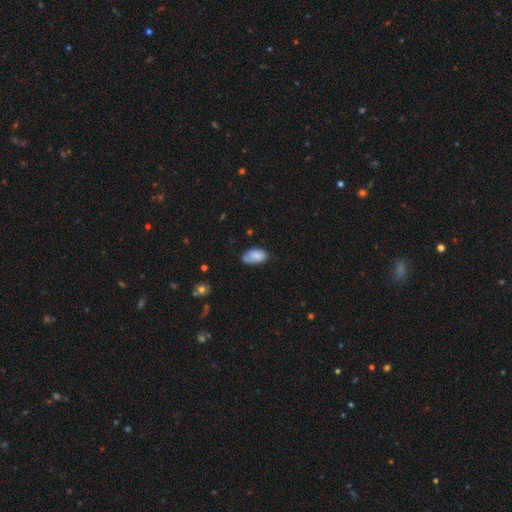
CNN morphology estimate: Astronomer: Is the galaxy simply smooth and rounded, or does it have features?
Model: smooth — 79%.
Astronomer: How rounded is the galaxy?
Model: in between — 93%.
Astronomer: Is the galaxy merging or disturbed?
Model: none — 52% (runner-up: minor disturbance, 36%).